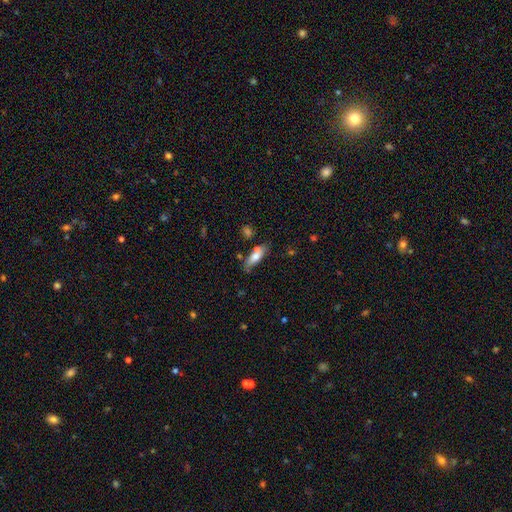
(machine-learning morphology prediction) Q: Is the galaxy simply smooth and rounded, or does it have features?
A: smooth — 67%.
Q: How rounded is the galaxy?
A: in between — 56%.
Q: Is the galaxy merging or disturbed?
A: none — 61%.